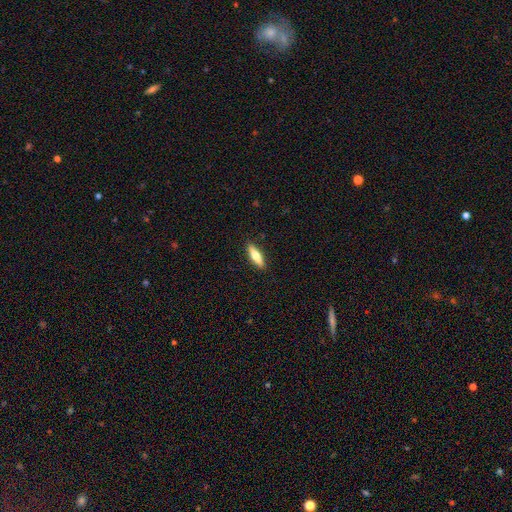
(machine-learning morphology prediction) Smooth or featured: smooth — 64% (featured or disk — 30%)
How rounded: cigar-shaped — 59% (in between — 39%)
Merging: none — 90% (minor disturbance — 8%)